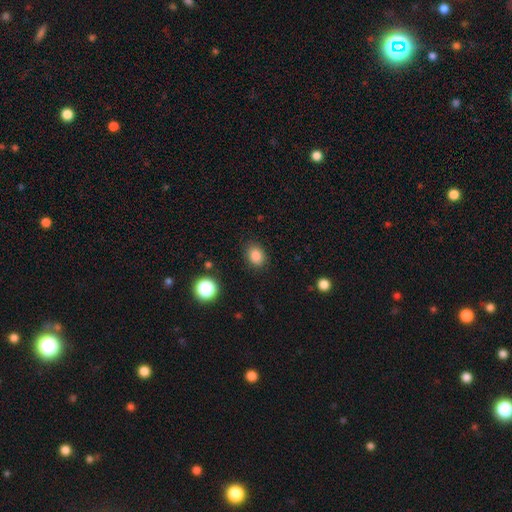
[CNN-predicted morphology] type=smooth (84%); roundness=in between (58%); merging=none (85%).